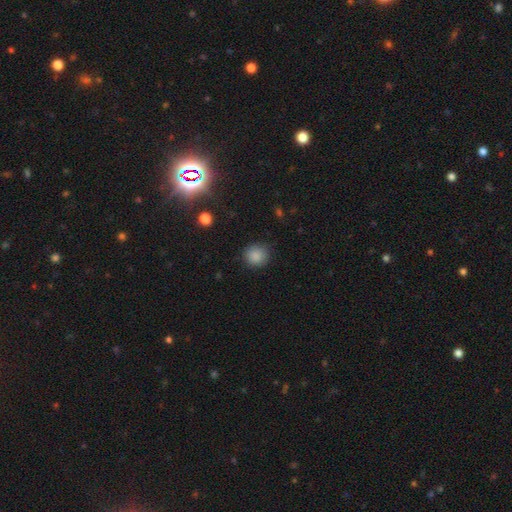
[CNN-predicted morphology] Smooth or featured? Predicted: smooth (p=0.87). How rounded? Predicted: round (p=0.90). Merging? Predicted: none (p=0.86).